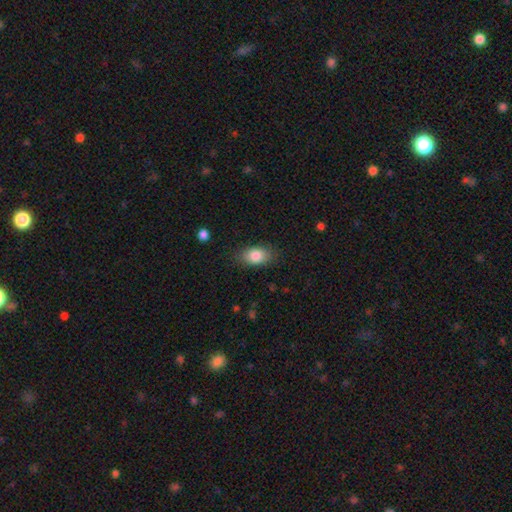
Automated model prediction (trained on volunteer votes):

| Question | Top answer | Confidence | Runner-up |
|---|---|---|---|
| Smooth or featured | smooth | 84% | featured or disk (8%) |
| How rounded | in between | 88% | round (10%) |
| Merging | none | 83% | minor disturbance (13%) |